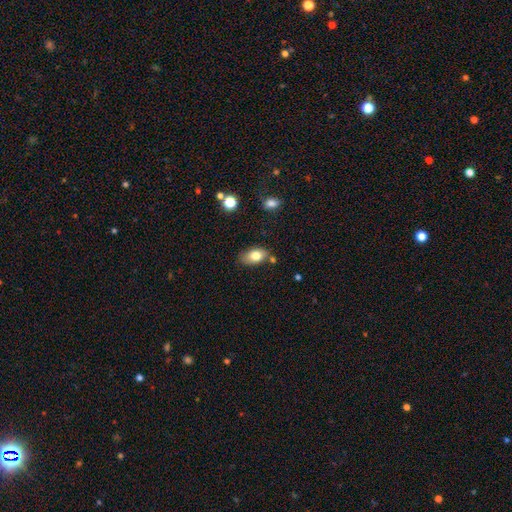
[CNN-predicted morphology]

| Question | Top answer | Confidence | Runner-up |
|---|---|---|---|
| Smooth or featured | smooth | 78% | featured or disk (14%) |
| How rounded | in between | 89% | round (9%) |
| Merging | none | 70% | minor disturbance (19%) |